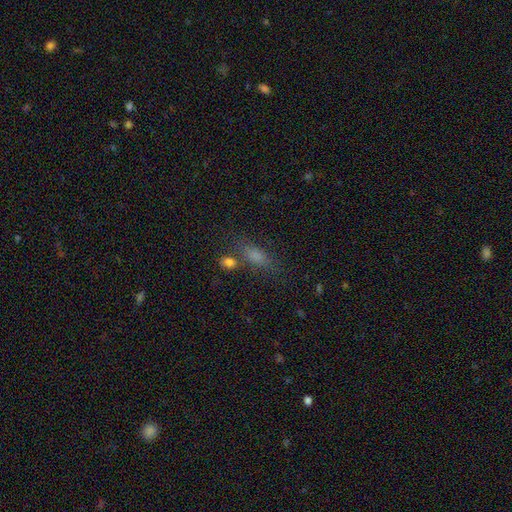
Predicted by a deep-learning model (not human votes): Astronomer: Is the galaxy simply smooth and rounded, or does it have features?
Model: smooth — 69%.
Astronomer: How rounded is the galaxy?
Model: in between — 62%.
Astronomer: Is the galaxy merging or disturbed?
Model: none — 62%.